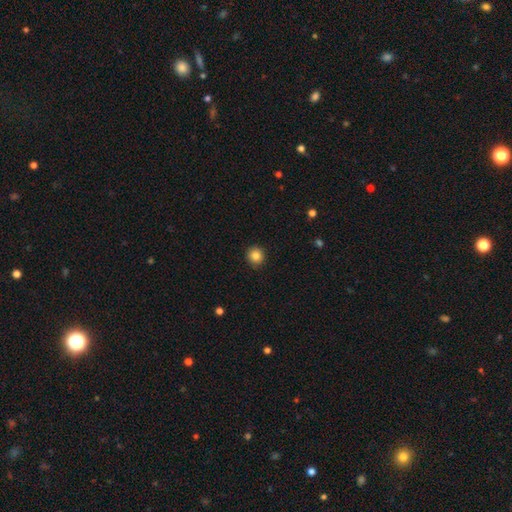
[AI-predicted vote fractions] A smooth galaxy with no disk features (84%) that is round (93%).

Vote fractions:
- Smooth or featured? smooth: 84% / star or artifact: 10% / featured or disk: 5%
- How rounded? round: 93% / in between: 6% / cigar-shaped: 1%
- Merging? none: 92% / minor disturbance: 6% / major disturbance: 2% / merger: 1%